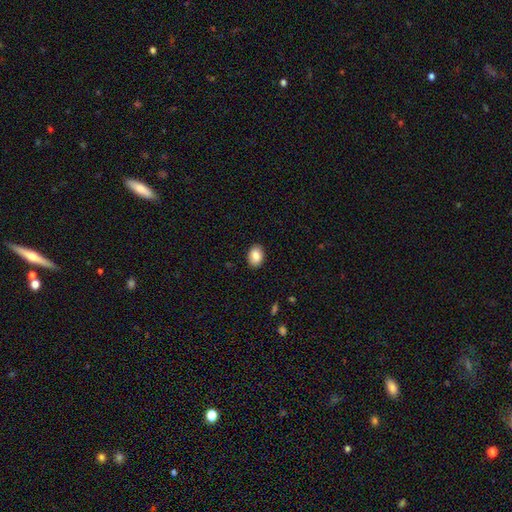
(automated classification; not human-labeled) smooth-or-featured: smooth: 86% | star or artifact: 8% | featured or disk: 6%
  how-rounded: in between: 77% | round: 22% | cigar-shaped: 1%
  merging: none: 90% | minor disturbance: 7% | major disturbance: 2% | merger: 1%